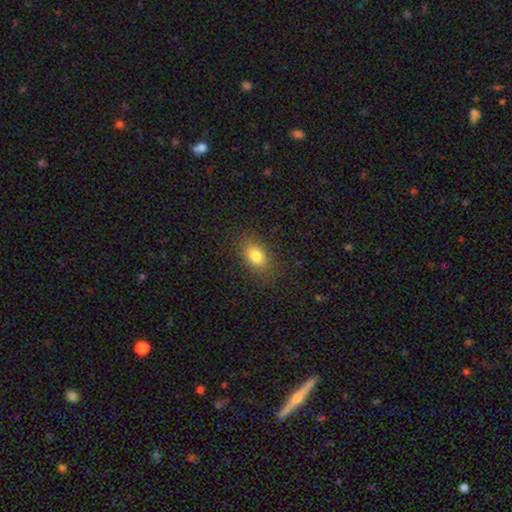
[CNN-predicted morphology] A smooth galaxy with no disk features (80%) that is in between round and cigar-shaped (82%).

Vote fractions:
- Smooth or featured? smooth: 80% / star or artifact: 11% / featured or disk: 9%
- How rounded? in between: 82% / round: 15% / cigar-shaped: 3%
- Merging? none: 85% / minor disturbance: 11% / major disturbance: 4% / merger: 1%